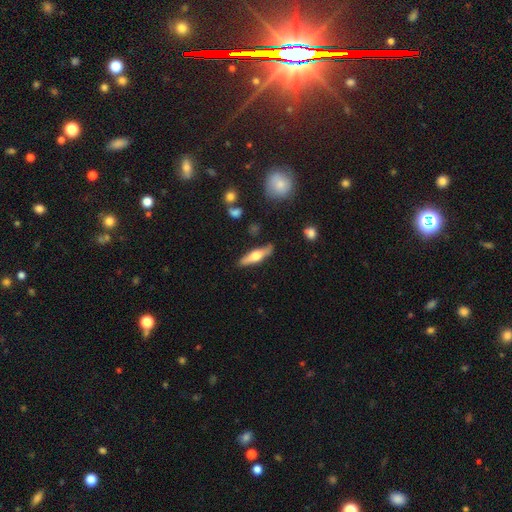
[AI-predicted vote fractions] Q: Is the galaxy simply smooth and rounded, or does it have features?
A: featured or disk — 54%.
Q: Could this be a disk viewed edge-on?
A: yes — 93%.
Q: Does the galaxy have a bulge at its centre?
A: rounded — 91%.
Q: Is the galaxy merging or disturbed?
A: none — 85%.